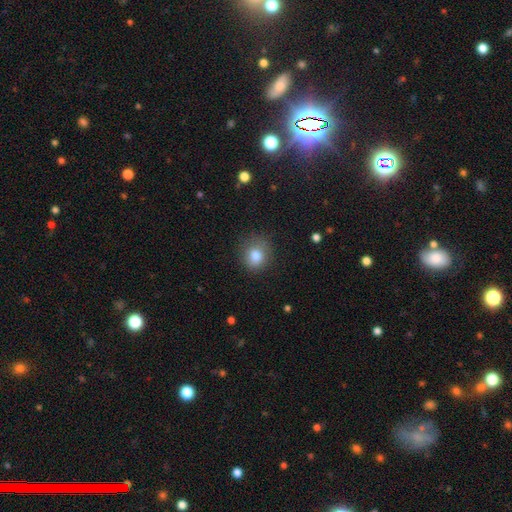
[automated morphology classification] smooth 81%, star or artifact 10%, featured or disk 8%. Down the decision tree: how rounded — round (70%); merging — none (75%).